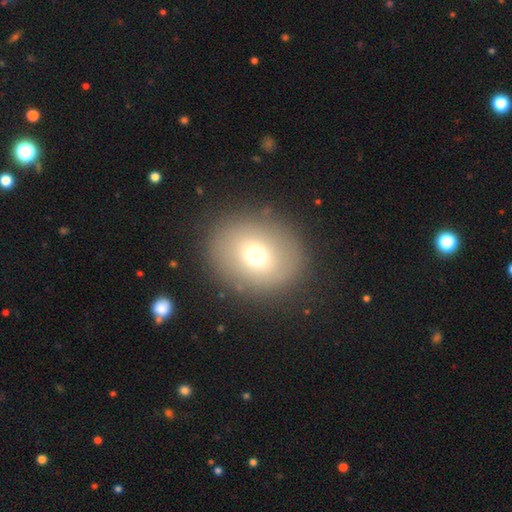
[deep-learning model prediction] Smooth or featured?
  - smooth: 67% *
  - featured or disk: 17%
  - star or artifact: 16%
How rounded?
  - round: 75% *
  - in between: 24%
  - cigar-shaped: 1%
Merging?
  - none: 85% *
  - minor disturbance: 8%
  - major disturbance: 5%
  - merger: 2%